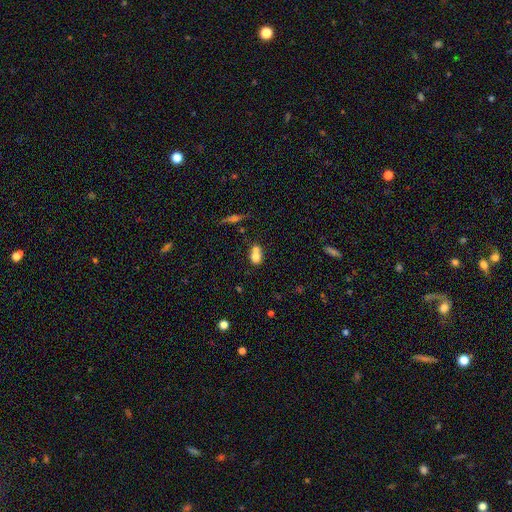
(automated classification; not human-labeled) Overall: smooth (72%). How rounded: in between (56%; round 41%). Merging: merger (57%; none 28%).